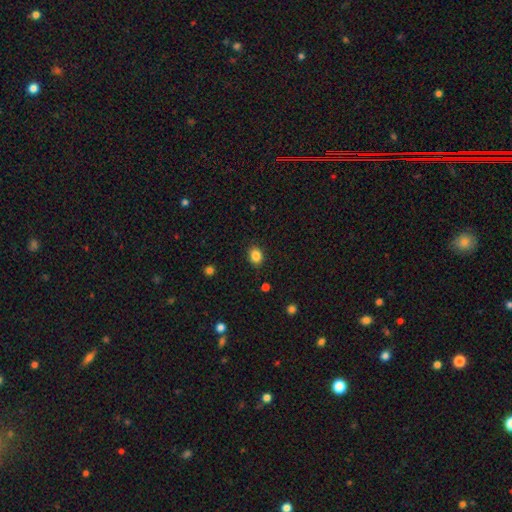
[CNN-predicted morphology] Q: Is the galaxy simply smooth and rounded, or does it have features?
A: smooth — 85%.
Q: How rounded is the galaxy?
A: in between — 50%.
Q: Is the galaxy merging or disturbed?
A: none — 87%.